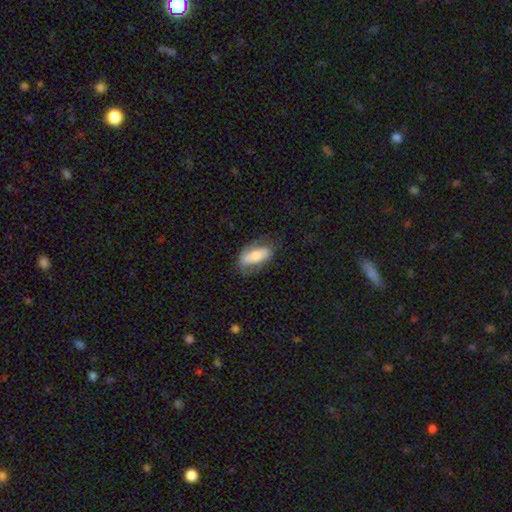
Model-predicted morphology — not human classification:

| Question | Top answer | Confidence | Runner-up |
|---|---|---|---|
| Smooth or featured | smooth | 60% | featured or disk (33%) |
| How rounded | in between | 83% | cigar-shaped (14%) |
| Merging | none | 64% | minor disturbance (23%) |